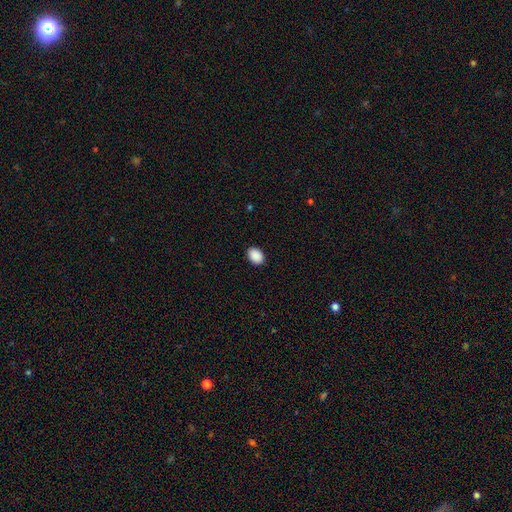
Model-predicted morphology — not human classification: type=smooth (91%); roundness=in between (75%); merging=none (90%).